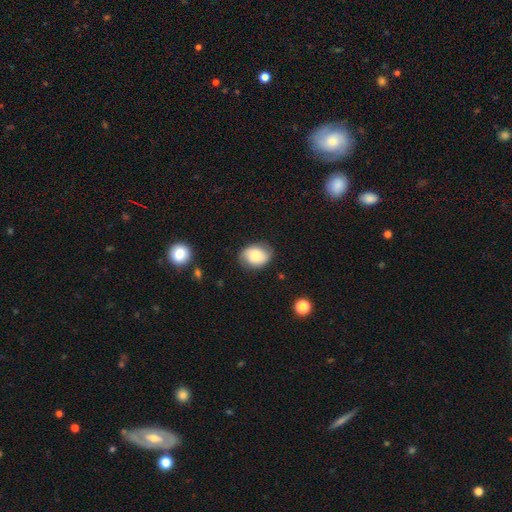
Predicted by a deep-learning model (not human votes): Morphology: type=smooth (62%); roundness=in between (60%); merging=none (74%).